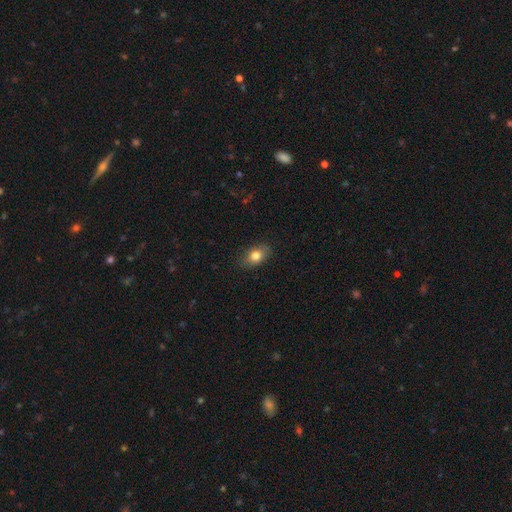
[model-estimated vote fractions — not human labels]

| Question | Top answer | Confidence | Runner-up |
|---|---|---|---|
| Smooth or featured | smooth | 80% | featured or disk (11%) |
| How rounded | in between | 80% | round (18%) |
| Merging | none | 86% | minor disturbance (11%) |